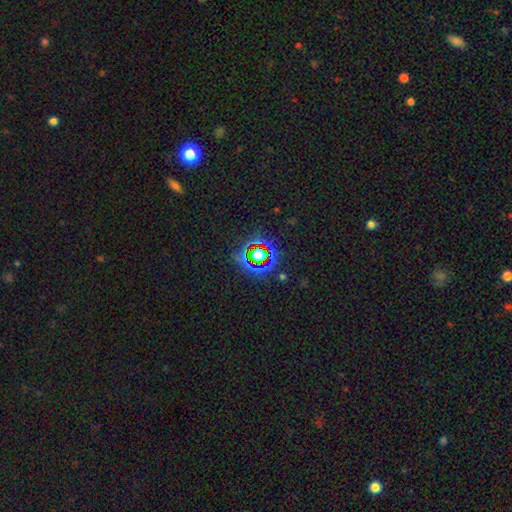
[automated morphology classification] smooth_or_featured: star or artifact (p=0.71) [alt: smooth p=0.18]